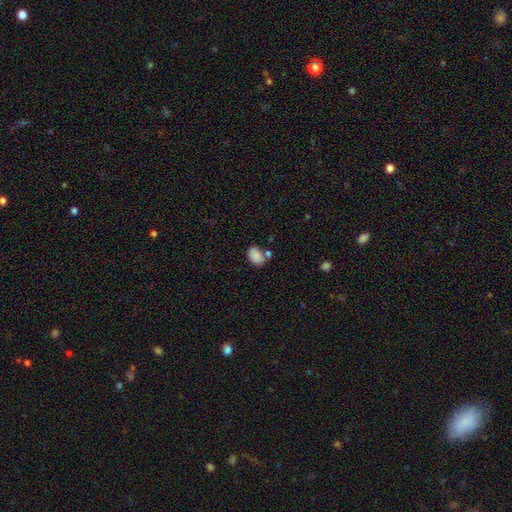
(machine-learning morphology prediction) smooth-or-featured: smooth: 83% | star or artifact: 8% | featured or disk: 8%
  how-rounded: in between: 78% | round: 21% | cigar-shaped: 1%
  merging: none: 52% | merger: 22% | minor disturbance: 20% | major disturbance: 6%